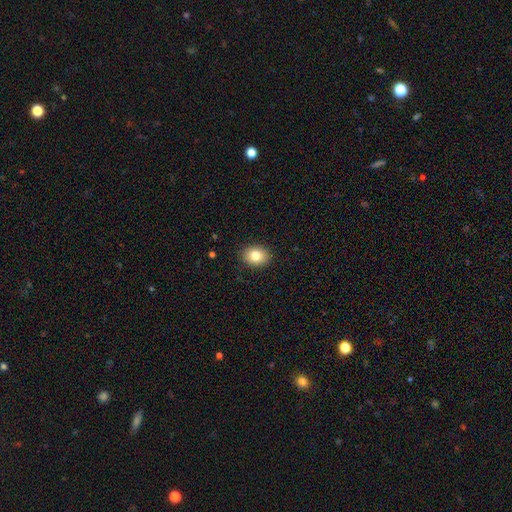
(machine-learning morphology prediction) The model was most divided on "how rounded": in between: 60%, round: 39%, cigar-shaped: 1%. More confident: merging — none (90%); smooth or featured — smooth (82%).